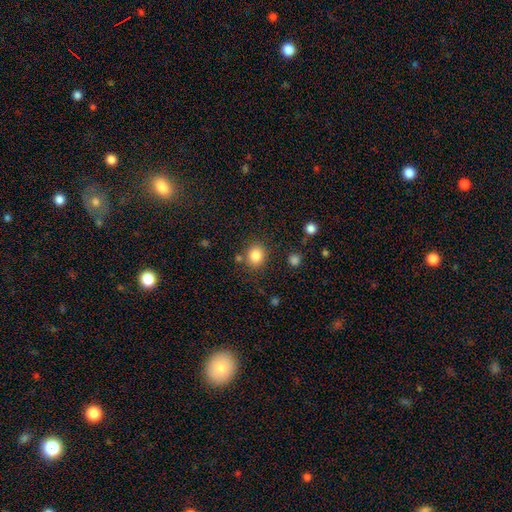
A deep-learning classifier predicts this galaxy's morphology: Q: Smooth or featured?
A: smooth (84%); runner-up: star or artifact (10%)
Q: How rounded?
A: round (73%); runner-up: in between (26%)
Q: Merging?
A: none (81%); runner-up: minor disturbance (10%)